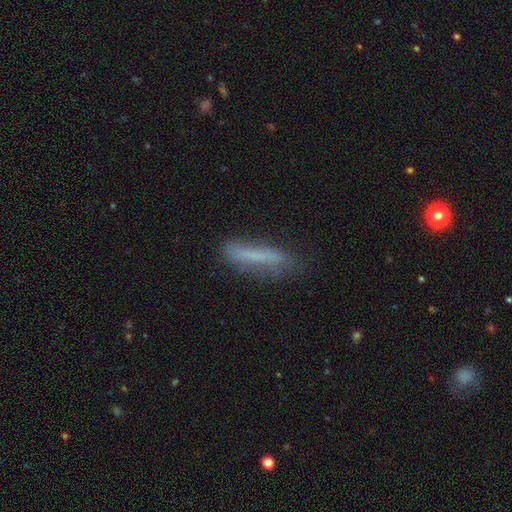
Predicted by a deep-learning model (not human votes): This appears to be a smooth galaxy with no disk features (65%) that is cigar-shaped (88%). Merging: none (71%).